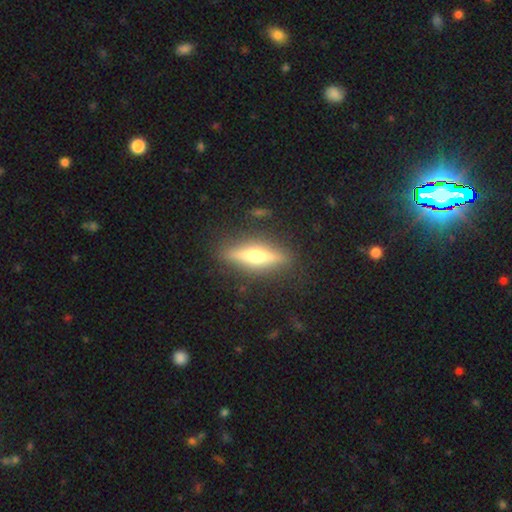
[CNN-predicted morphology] Q: Smooth or featured?
A: featured or disk (67%); runner-up: smooth (28%)
Q: Edge-on disk?
A: yes (95%); runner-up: no (5%)
Q: Edge-on bulge?
A: rounded (92%); runner-up: boxy (4%)
Q: Merging?
A: none (88%); runner-up: minor disturbance (8%)